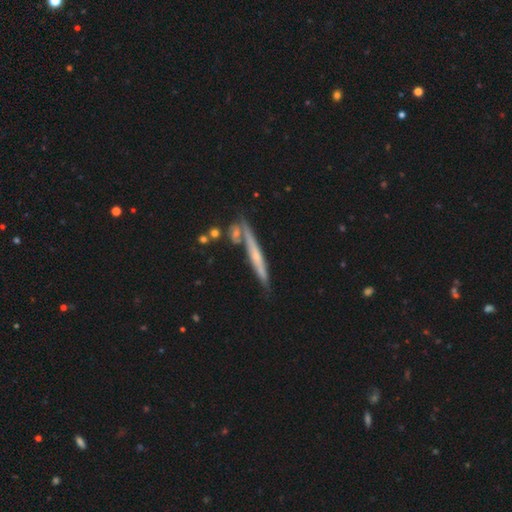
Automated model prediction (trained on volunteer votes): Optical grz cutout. It shows a featured or disk galaxy (61%) viewed edge-on (93%) with no central bulge (54%). Merging: none (69%).